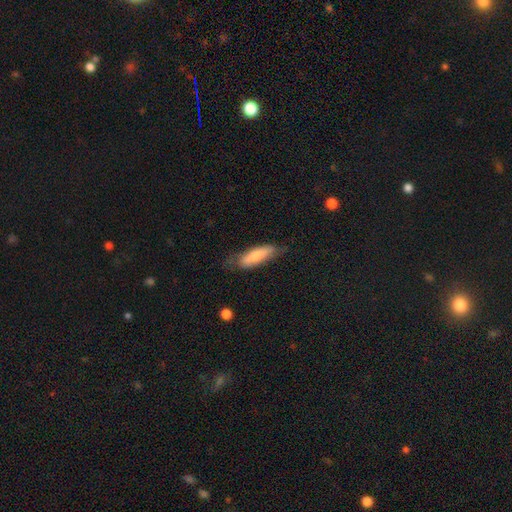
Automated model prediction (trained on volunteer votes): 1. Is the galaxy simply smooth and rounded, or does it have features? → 66% smooth, 28% featured or disk, 6% star or artifact.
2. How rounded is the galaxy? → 50% cigar-shaped, 48% in between, 2% round.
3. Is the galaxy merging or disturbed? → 63% none, 26% minor disturbance, 9% major disturbance, 2% merger.